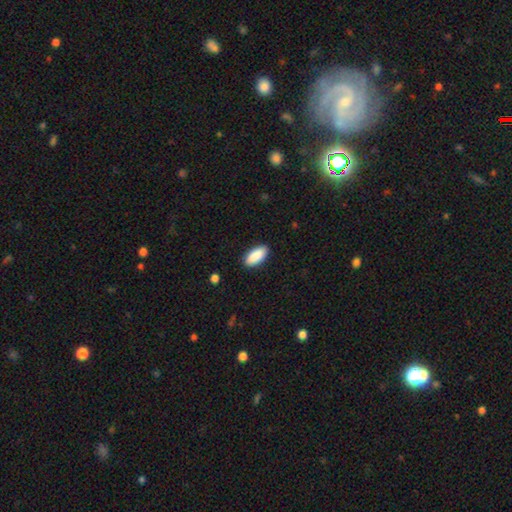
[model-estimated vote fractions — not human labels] The model was most divided on "merging": none: 89%, minor disturbance: 8%, major disturbance: 2%, merger: 1%. More confident: how rounded — in between (91%); smooth or featured — smooth (90%).